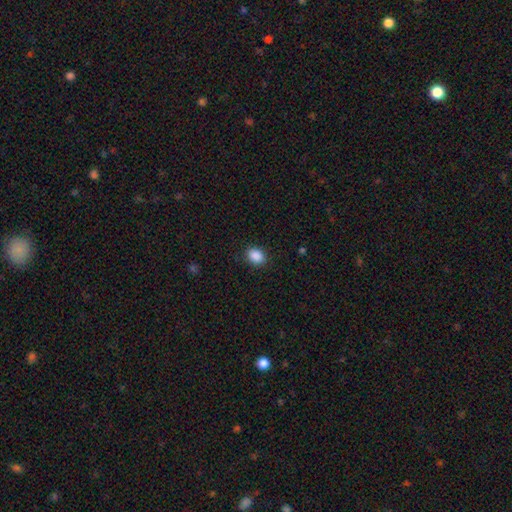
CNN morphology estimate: The model was most divided on "how rounded": in between: 66%, round: 33%, cigar-shaped: 1%. More confident: smooth or featured — smooth (89%); merging — none (89%).